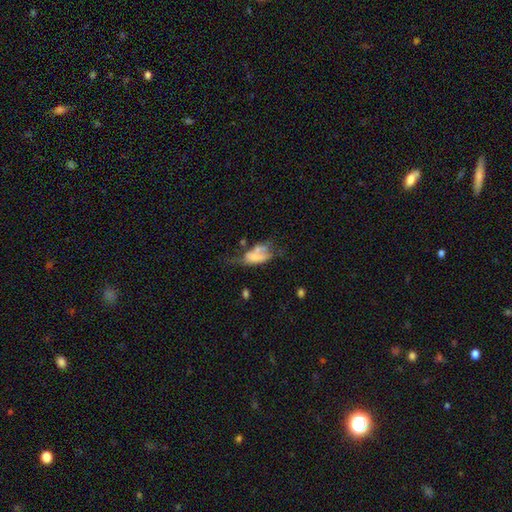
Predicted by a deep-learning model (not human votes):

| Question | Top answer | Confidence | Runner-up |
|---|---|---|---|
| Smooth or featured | smooth | 49% | featured or disk (41%) |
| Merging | major disturbance | 34% | merger (28%) |